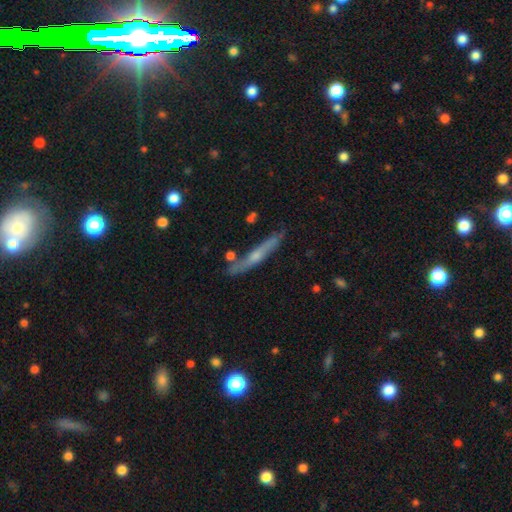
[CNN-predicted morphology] Smooth or featured: featured or disk — 57% (smooth — 36%)
Edge-on disk: yes — 93% (no — 7%)
Edge-on bulge: rounded — 66% (none — 28%)
Merging: none — 77% (minor disturbance — 15%)